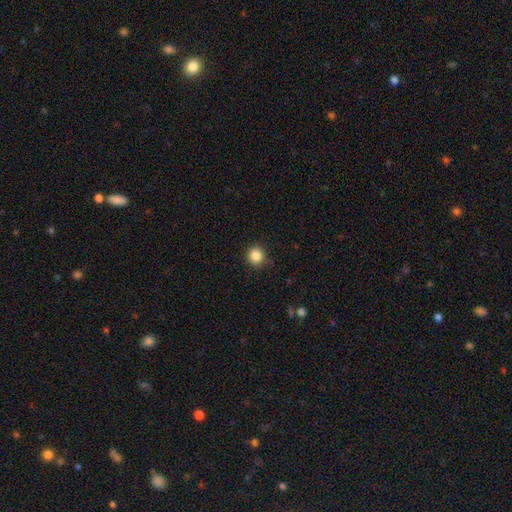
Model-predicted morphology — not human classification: Q: Smooth or featured?
A: smooth (86%); runner-up: star or artifact (10%)
Q: How rounded?
A: round (92%); runner-up: in between (7%)
Q: Merging?
A: none (87%); runner-up: minor disturbance (9%)